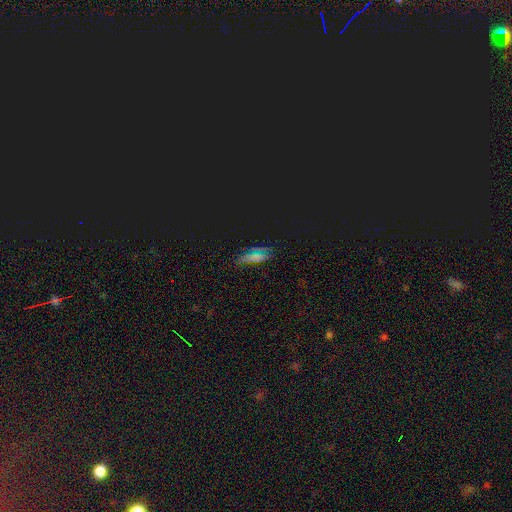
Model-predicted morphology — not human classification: smooth_or_featured: smooth (p=0.45) [alt: star or artifact p=0.43]
merging: none (p=0.78) [alt: minor disturbance p=0.14]